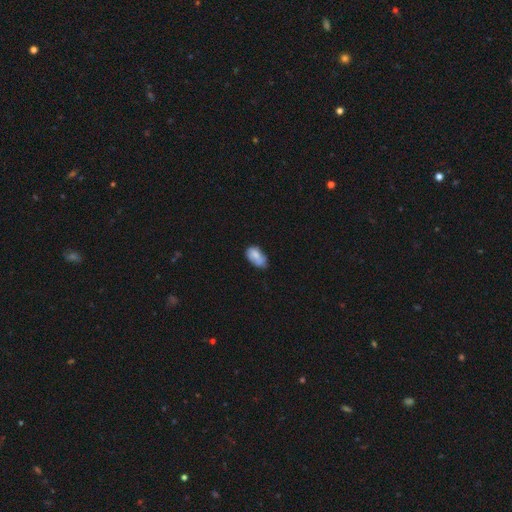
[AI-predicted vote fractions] Smooth or featured?
  - smooth: 72% *
  - featured or disk: 20%
  - star or artifact: 8%
How rounded?
  - in between: 90% *
  - round: 8%
  - cigar-shaped: 2%
Merging?
  - none: 44% *
  - minor disturbance: 36%
  - merger: 10%
  - major disturbance: 10%